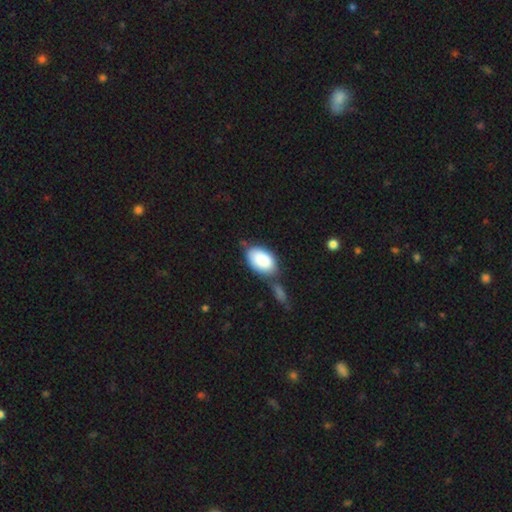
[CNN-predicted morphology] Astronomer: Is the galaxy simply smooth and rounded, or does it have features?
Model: smooth — 87%.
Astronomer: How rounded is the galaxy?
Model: in between — 93%.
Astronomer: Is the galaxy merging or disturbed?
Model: none — 48%.